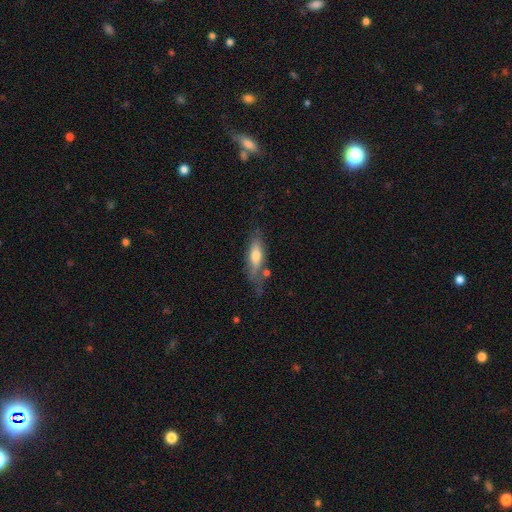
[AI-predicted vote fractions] Smooth or featured: smooth — 62% (featured or disk — 31%)
How rounded: in between — 58% (cigar-shaped — 40%)
Merging: none — 52% (minor disturbance — 28%)